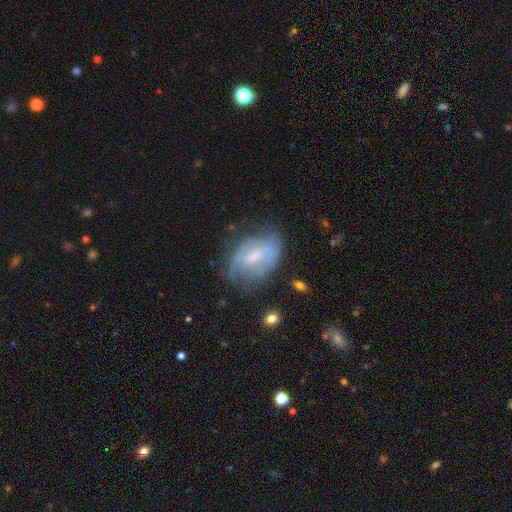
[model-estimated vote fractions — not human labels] Smooth or featured?
  - featured or disk: 65% *
  - smooth: 26%
  - star or artifact: 8%
Edge-on disk?
  - no: 95% *
  - yes: 5%
Bar?
  - weak: 53% *
  - strong: 24%
  - no: 23%
Spiral arms?
  - yes: 71% *
  - no: 29%
Bulge size?
  - moderate: 42% *
  - small: 34%
  - none: 17%
  - large: 5%
  - dominant: 1%
Merging?
  - none: 52% *
  - minor disturbance: 29%
  - major disturbance: 17%
  - merger: 3%